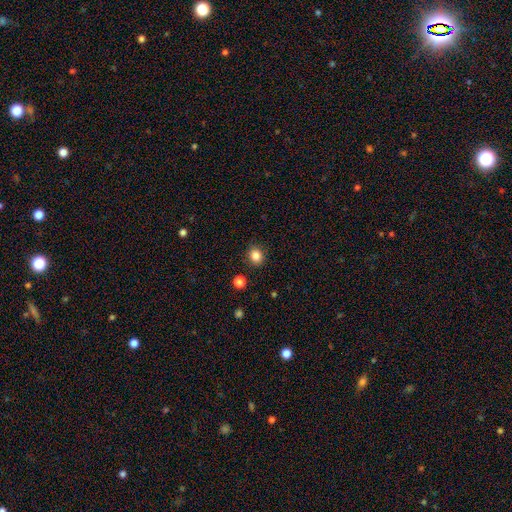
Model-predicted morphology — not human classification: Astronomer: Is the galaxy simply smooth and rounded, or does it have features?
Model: smooth — 84%.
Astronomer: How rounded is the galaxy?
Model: round — 75%.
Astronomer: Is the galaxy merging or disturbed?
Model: none — 88%.